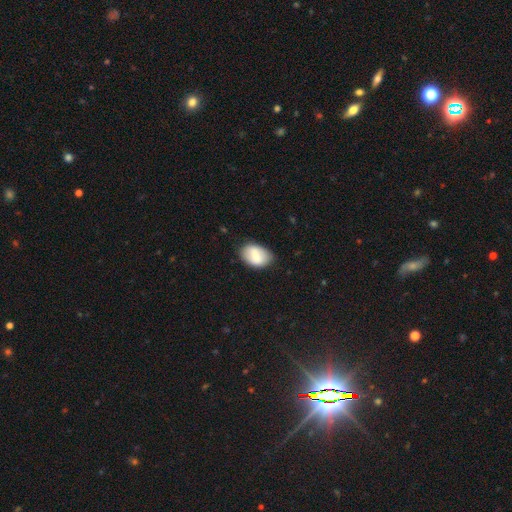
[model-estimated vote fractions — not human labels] smooth-or-featured: smooth: 65% | featured or disk: 28% | star or artifact: 7%
  how-rounded: in between: 84% | round: 14% | cigar-shaped: 1%
  merging: none: 81% | minor disturbance: 15% | major disturbance: 3% | merger: 1%